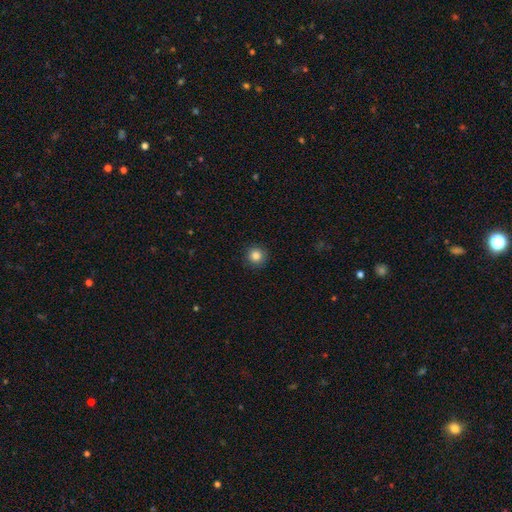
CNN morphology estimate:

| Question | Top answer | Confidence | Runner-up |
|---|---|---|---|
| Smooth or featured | smooth | 85% | star or artifact (10%) |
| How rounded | round | 95% | in between (4%) |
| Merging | none | 91% | minor disturbance (6%) |